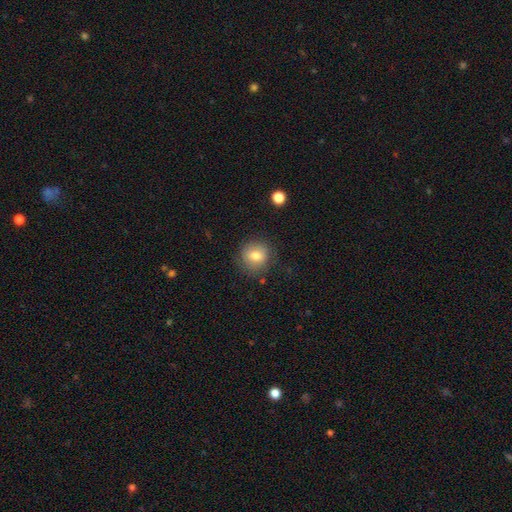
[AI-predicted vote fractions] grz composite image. It shows a smooth galaxy with no disk features (78%) that is round (85%). Merging: none (82%).